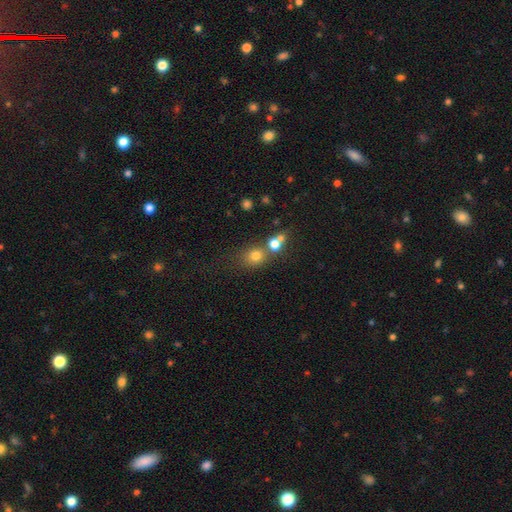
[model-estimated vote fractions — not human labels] Morphology: type=smooth (74%); roundness=round (75%); merging=none (52%).